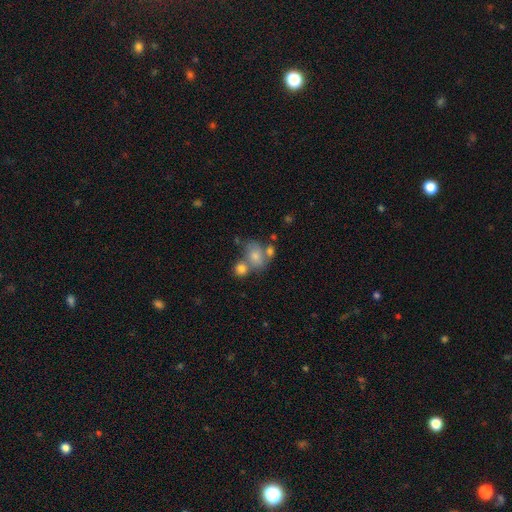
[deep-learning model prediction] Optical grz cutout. It shows a smooth galaxy with no disk features (69%) that is in between round and cigar-shaped (53%). Merging: merger (44%).